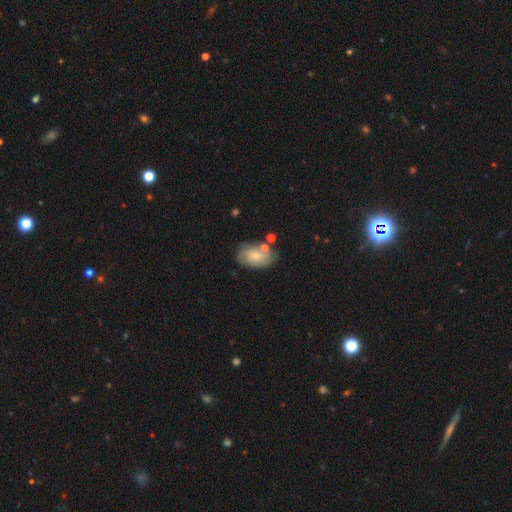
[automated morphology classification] featured or disk 49%, smooth 43%, star or artifact 8%. Down the decision tree: merging — none (63%).